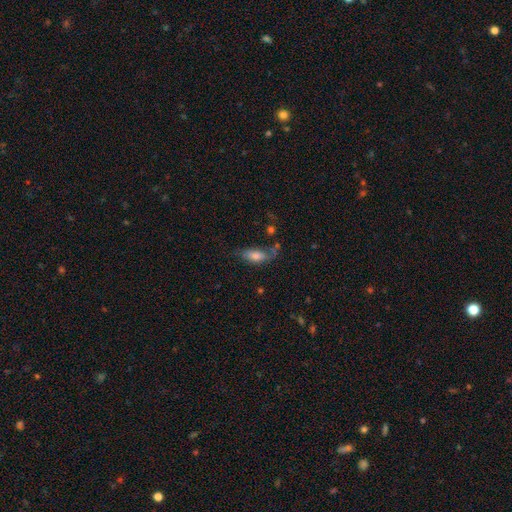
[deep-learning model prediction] This is likely a smooth galaxy (67%). How rounded: likely in between (77%). Merging: possibly none (50%).